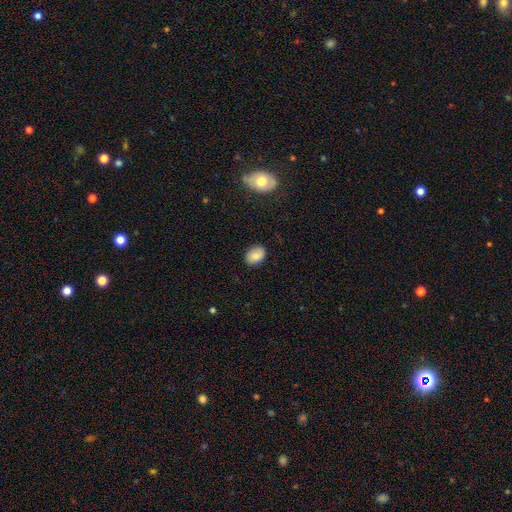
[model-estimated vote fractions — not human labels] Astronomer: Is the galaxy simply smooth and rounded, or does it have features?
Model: smooth — 83%.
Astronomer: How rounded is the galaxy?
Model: in between — 76%.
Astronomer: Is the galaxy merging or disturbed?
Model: none — 84%.